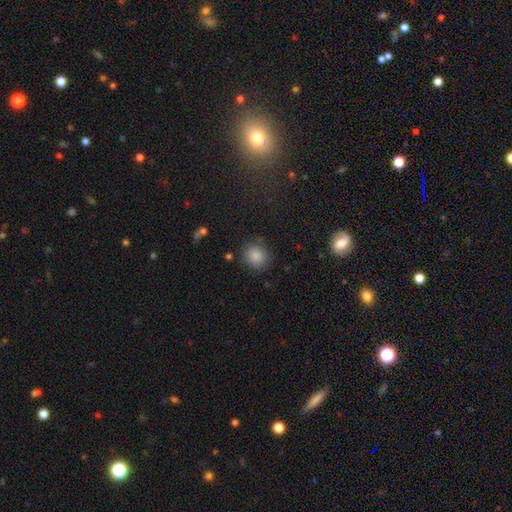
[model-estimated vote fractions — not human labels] smooth 85%, star or artifact 10%, featured or disk 5%. Down the decision tree: how rounded — round (88%); merging — none (82%).